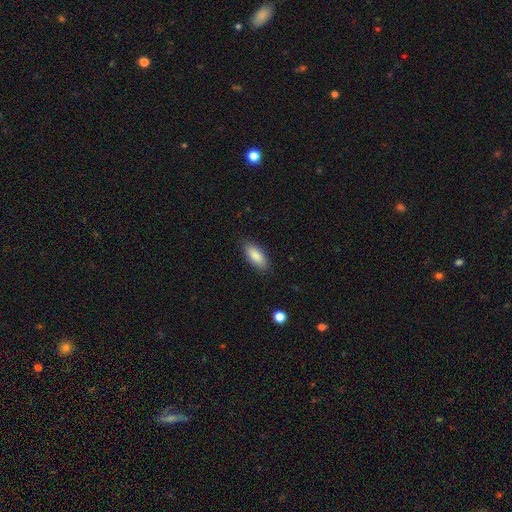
This appears to be a smooth galaxy with no disk features (95%) that is in between round and cigar-shaped (79%). Merging: none (82%).